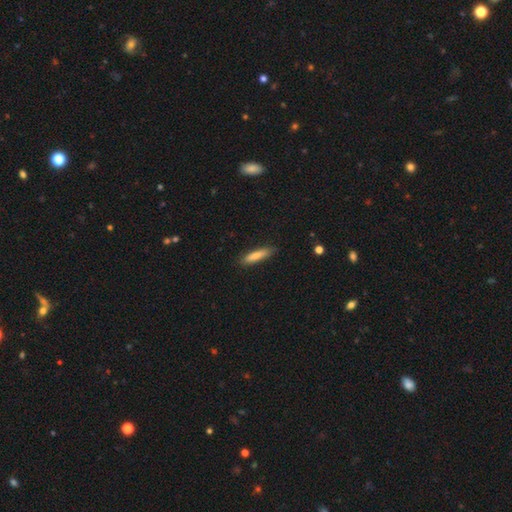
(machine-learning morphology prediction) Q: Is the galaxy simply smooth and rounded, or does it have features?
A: smooth — 77%.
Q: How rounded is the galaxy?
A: cigar-shaped — 79%.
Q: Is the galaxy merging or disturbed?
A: none — 84%.